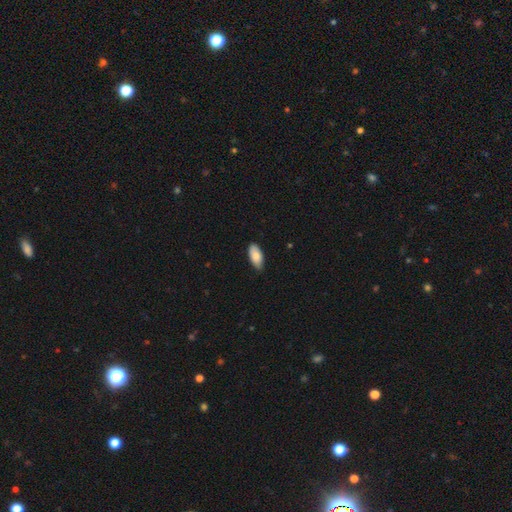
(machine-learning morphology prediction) smooth 83%, featured or disk 11%, star or artifact 6%. Down the decision tree: how rounded — in between (92%); merging — none (80%).